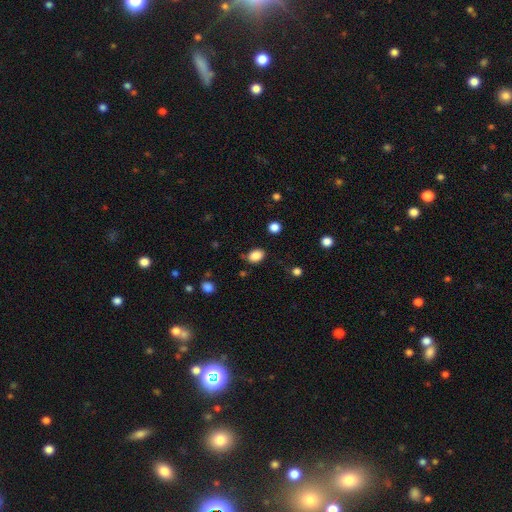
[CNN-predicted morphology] smooth-or-featured: smooth: 86% | star or artifact: 9% | featured or disk: 4%
  how-rounded: in between: 73% | round: 26% | cigar-shaped: 1%
  merging: none: 78% | minor disturbance: 16% | major disturbance: 4% | merger: 2%